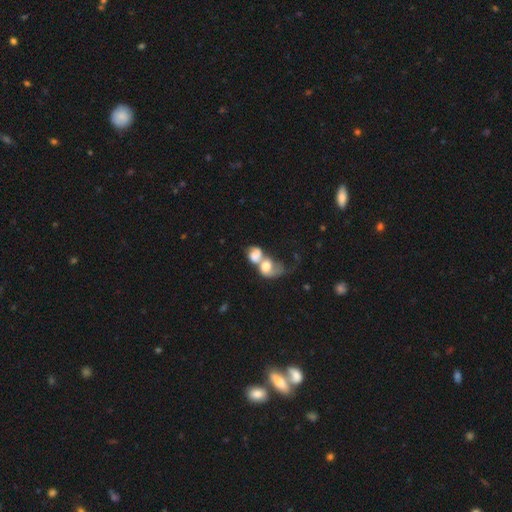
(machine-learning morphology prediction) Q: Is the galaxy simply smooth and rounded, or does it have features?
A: smooth — 58%.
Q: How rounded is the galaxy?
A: in between — 58%.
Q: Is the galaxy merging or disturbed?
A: merger — 82%.